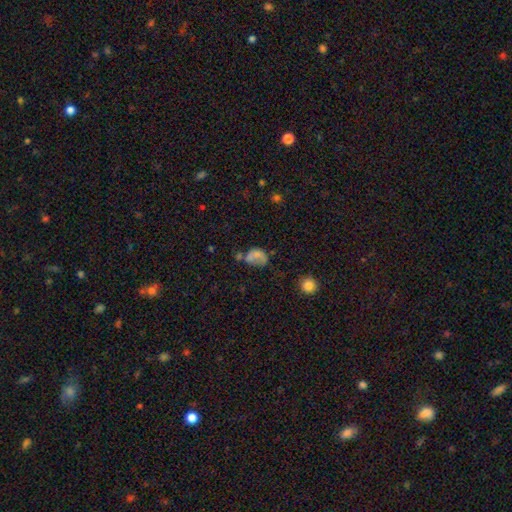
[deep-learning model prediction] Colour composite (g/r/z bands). It shows a smooth galaxy with no disk features (64%) that is in between round and cigar-shaped (68%). Merging: none (32%).